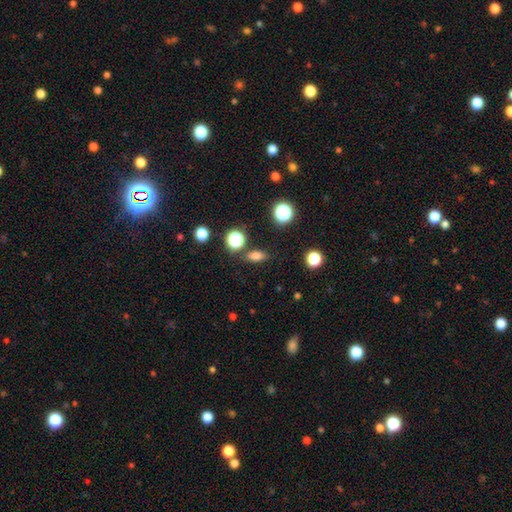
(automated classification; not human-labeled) Q: Smooth or featured?
A: smooth (76%); runner-up: star or artifact (15%)
Q: How rounded?
A: in between (72%); runner-up: round (17%)
Q: Merging?
A: none (82%); runner-up: minor disturbance (10%)